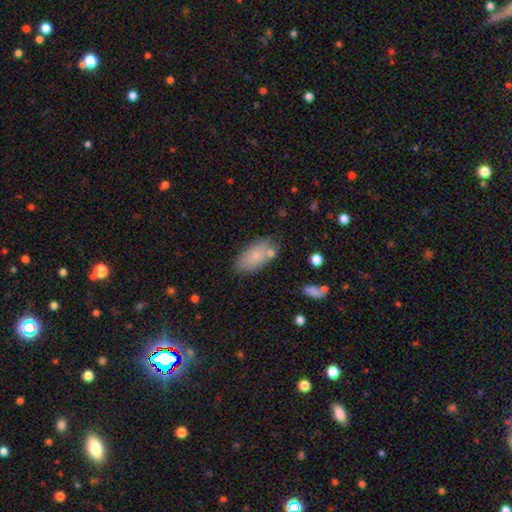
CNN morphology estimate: Smooth or featured? Predicted: smooth (p=0.80). How rounded? Predicted: in between (p=0.92). Merging? Predicted: none (p=0.71).